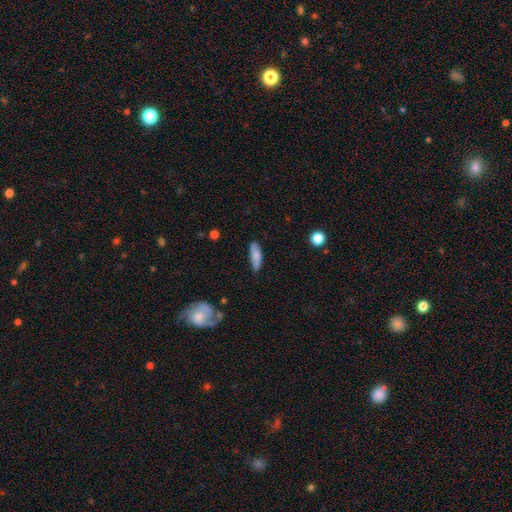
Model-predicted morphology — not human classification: type=smooth (79%); roundness=cigar-shaped (55%); merging=none (79%).